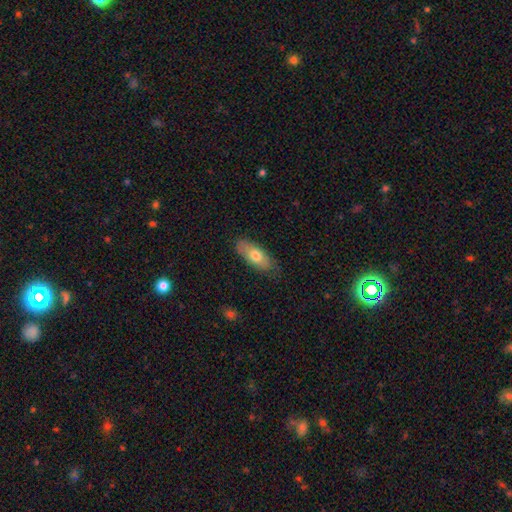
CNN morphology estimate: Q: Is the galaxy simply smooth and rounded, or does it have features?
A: smooth — 71%.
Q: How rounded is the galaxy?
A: in between — 82%.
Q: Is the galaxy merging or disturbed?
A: none — 78%.